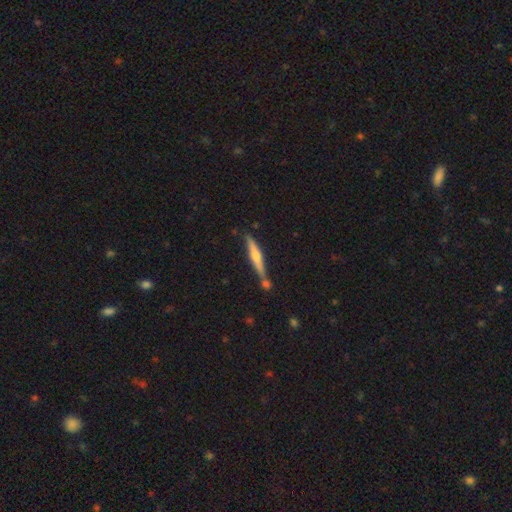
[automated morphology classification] The model was most divided on "smooth or featured": featured or disk: 62%, smooth: 32%, star or artifact: 6%. More confident: edge-on disk — yes (97%); edge-on bulge — rounded (81%); merging — none (73%).